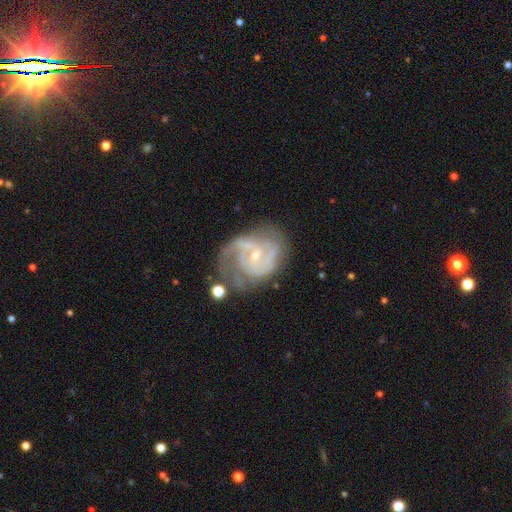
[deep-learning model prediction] Morphology: type=featured or disk (86%); edge-on=no (98%); bar=no (52%); spiral arms=yes (96%); winding=medium (47%); arm count=2 (48%); bulge=small (75%); merging=none (52%).